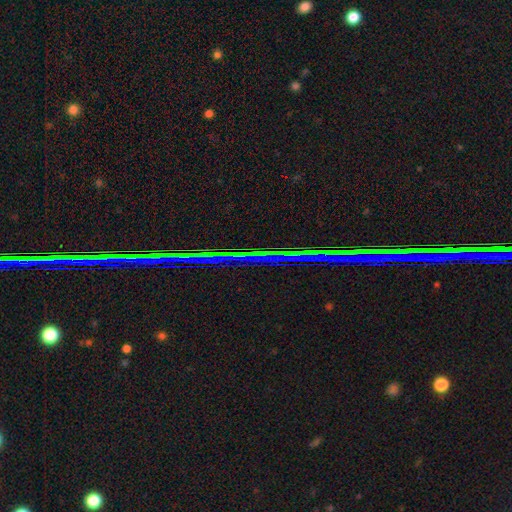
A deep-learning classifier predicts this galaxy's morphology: This is clearly a star or artifact rather than a galaxy (88%).